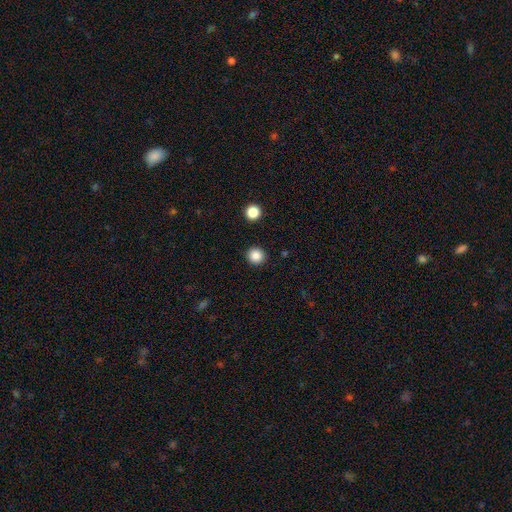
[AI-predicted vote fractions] The model was most divided on "smooth or featured": smooth: 86%, star or artifact: 11%, featured or disk: 3%. More confident: how rounded — round (94%); merging — none (92%).